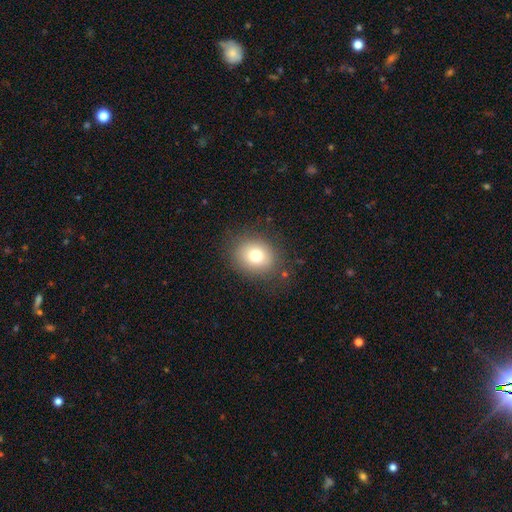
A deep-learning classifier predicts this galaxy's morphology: smooth 76%, star or artifact 12%, featured or disk 12%. Down the decision tree: how rounded — round (64%); merging — none (84%).